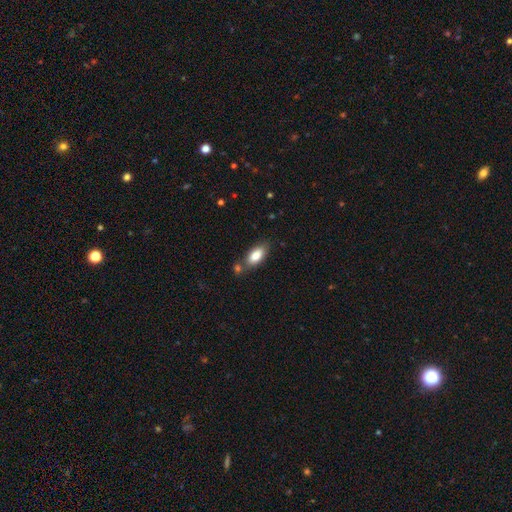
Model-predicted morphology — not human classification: Smooth or featured? Predicted: smooth (p=0.83). How rounded? Predicted: in between (p=0.86). Merging? Predicted: none (p=0.67).